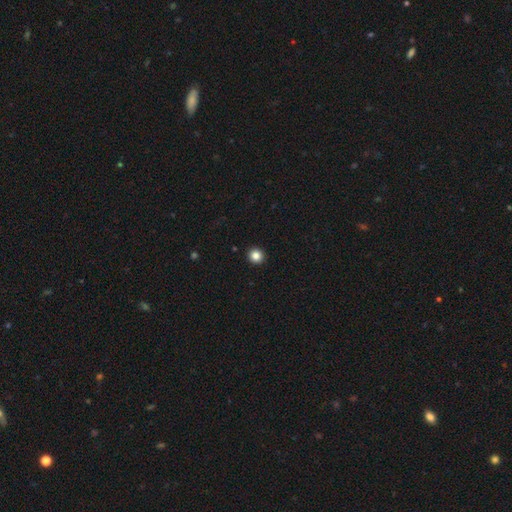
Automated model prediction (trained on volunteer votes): Morphology: type=smooth (85%); roundness=round (91%); merging=none (94%).